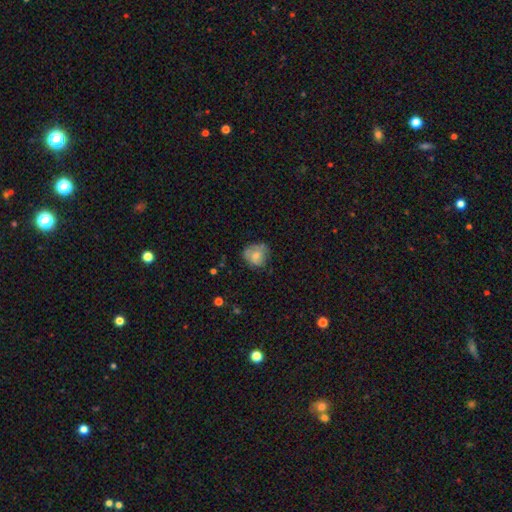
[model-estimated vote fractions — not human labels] smooth-or-featured: smooth: 63% | featured or disk: 28% | star or artifact: 9%
  how-rounded: round: 70% | in between: 29% | cigar-shaped: 1%
  merging: none: 55% | minor disturbance: 30% | major disturbance: 13% | merger: 2%